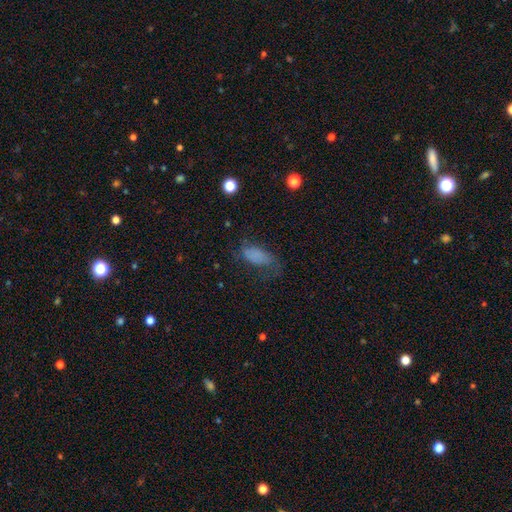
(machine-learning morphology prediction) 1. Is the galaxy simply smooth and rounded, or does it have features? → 67% smooth, 20% featured or disk, 13% star or artifact.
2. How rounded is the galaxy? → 89% in between, 7% cigar-shaped, 5% round.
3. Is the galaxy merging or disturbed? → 43% none, 27% minor disturbance, 27% major disturbance, 3% merger.